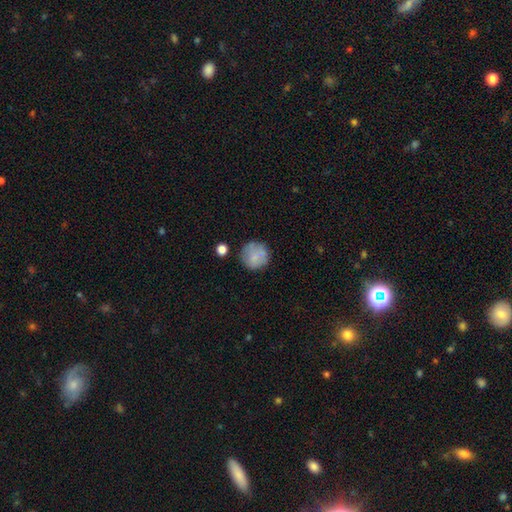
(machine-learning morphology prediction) This is likely a smooth galaxy (75%). How rounded: clearly round (93%). Merging: likely none (73%).